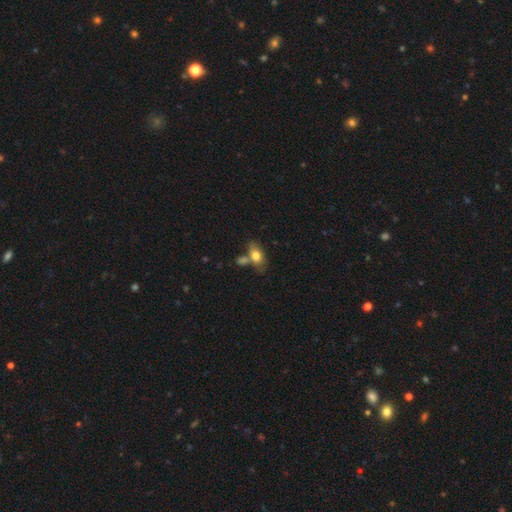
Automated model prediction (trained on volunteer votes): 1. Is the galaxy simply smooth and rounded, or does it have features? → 75% smooth, 18% featured or disk, 7% star or artifact.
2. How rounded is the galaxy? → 81% in between, 12% round, 7% cigar-shaped.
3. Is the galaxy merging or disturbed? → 47% none, 29% merger, 17% minor disturbance, 7% major disturbance.